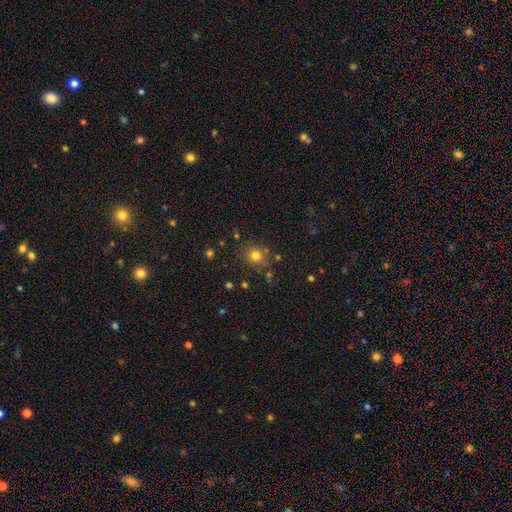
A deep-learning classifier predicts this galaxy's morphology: A smooth galaxy with no disk features (77%) that is round (89%). Merging: none (82%).